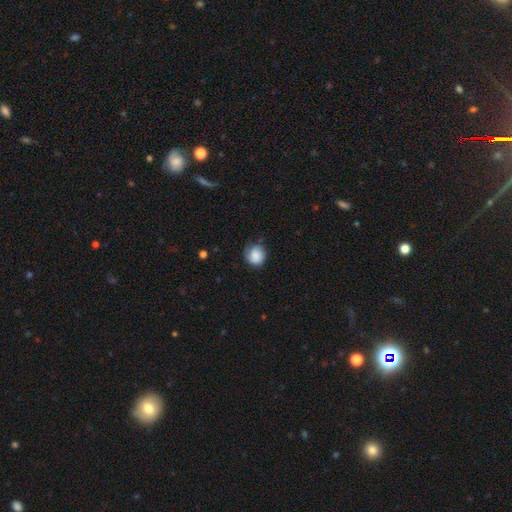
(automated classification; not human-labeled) Q: Smooth or featured?
A: smooth (80%); runner-up: featured or disk (13%)
Q: How rounded?
A: round (85%); runner-up: in between (14%)
Q: Merging?
A: none (65%); runner-up: minor disturbance (26%)